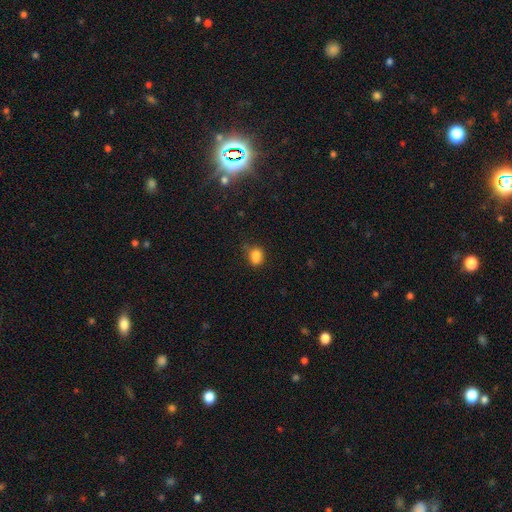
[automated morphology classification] This appears to be a smooth galaxy with no disk features (81%) that is in between round and cigar-shaped (56%). Merging: none (58%).